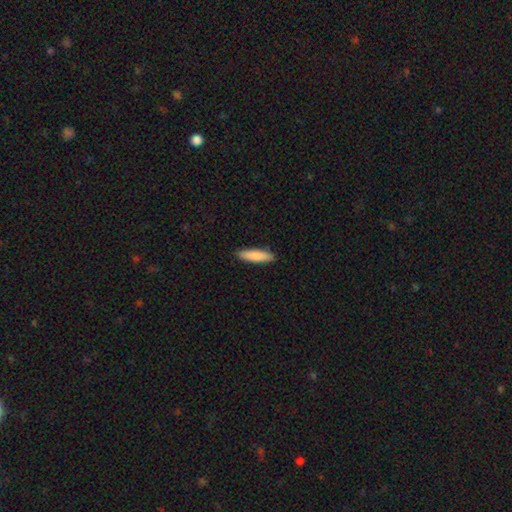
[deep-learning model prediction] A smooth galaxy with no disk features (86%) that is cigar-shaped (72%). Merging: none (90%).